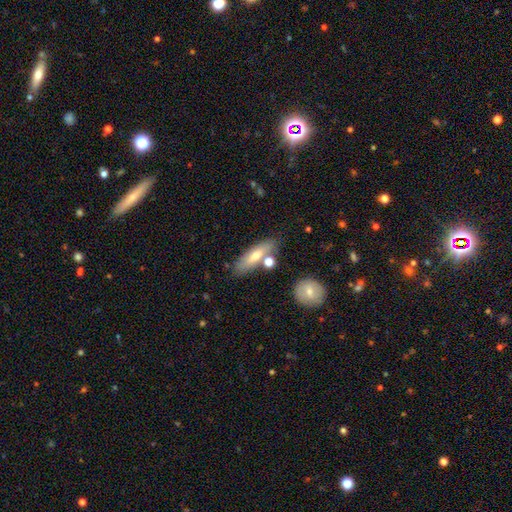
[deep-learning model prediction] Smooth or featured: smooth — 60% (featured or disk — 33%)
How rounded: cigar-shaped — 57% (in between — 39%)
Merging: none — 75% (minor disturbance — 13%)